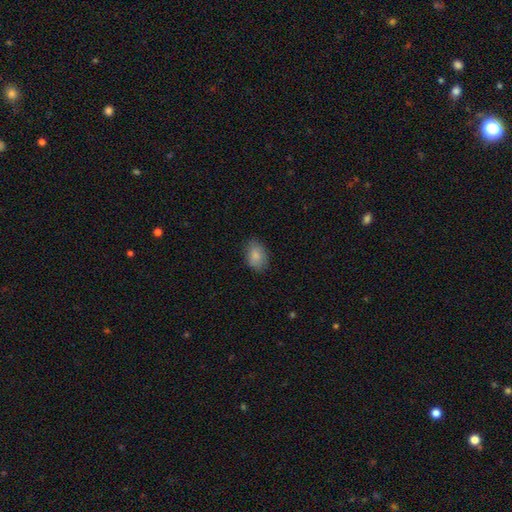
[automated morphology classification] smooth 85%, star or artifact 7%, featured or disk 7%. Down the decision tree: how rounded — in between (84%); merging — none (80%).